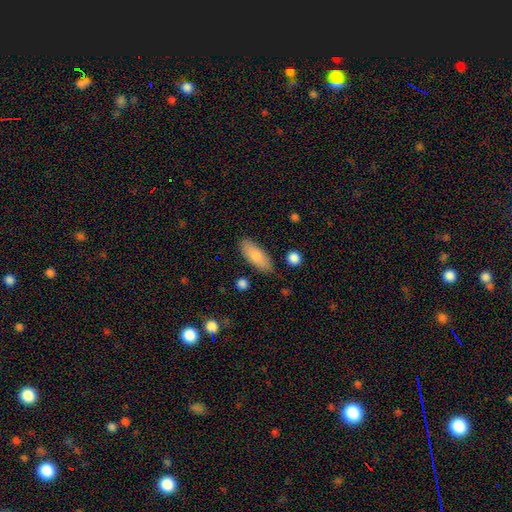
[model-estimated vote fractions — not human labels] Morphology: type=smooth (81%); roundness=in between (73%); merging=none (83%).